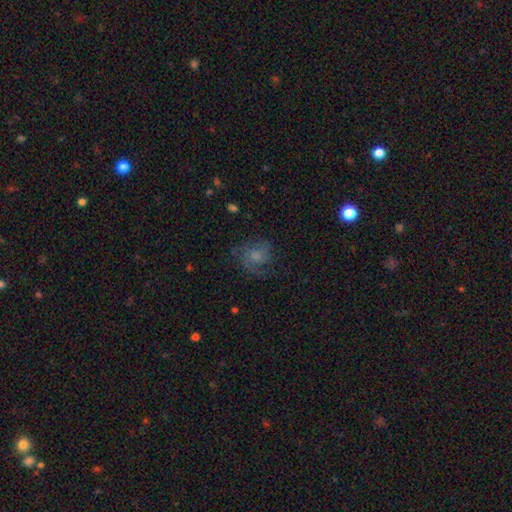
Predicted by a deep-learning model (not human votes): Overall: featured or disk (45%; smooth 42%). Merging: none (61%).